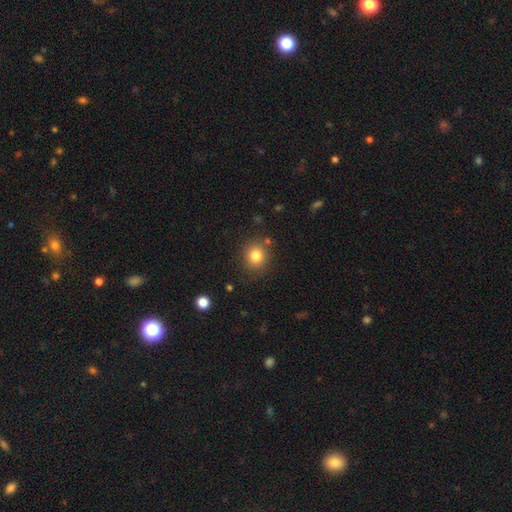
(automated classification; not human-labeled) smooth-or-featured: smooth: 81% | star or artifact: 12% | featured or disk: 7%
  how-rounded: round: 82% | in between: 17% | cigar-shaped: 1%
  merging: none: 84% | minor disturbance: 9% | merger: 4% | major disturbance: 3%